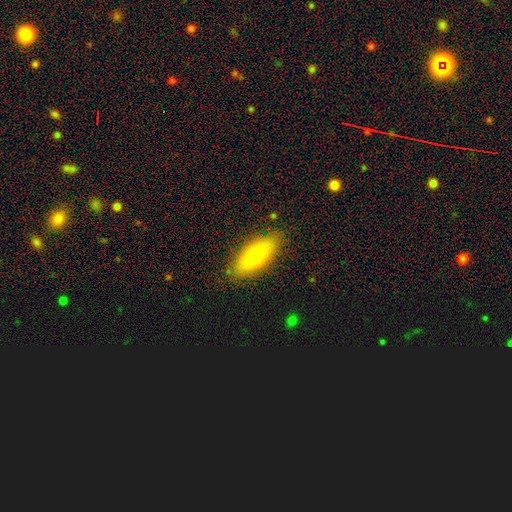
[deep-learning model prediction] This is likely a smooth galaxy (76%). How rounded: likely in between (72%). Merging: clearly none (85%).